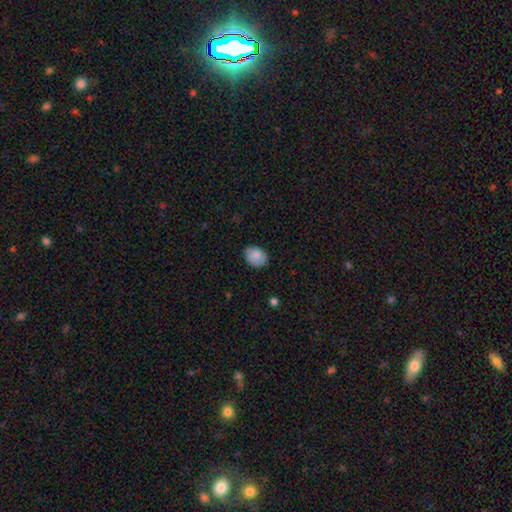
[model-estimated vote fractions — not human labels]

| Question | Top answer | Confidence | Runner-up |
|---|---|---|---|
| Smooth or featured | smooth | 84% | featured or disk (9%) |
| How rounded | in between | 67% | round (32%) |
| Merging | none | 79% | minor disturbance (17%) |